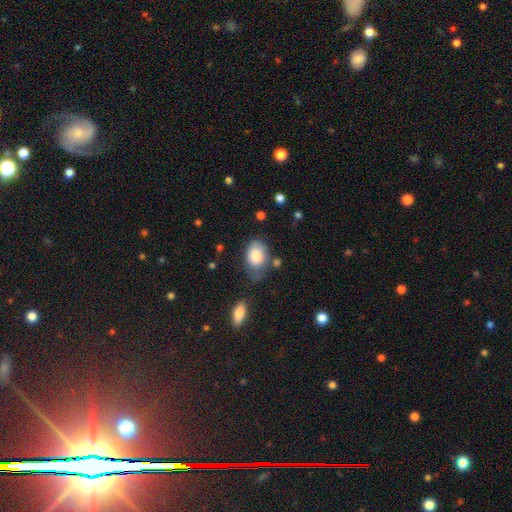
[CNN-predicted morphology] Smooth or featured: smooth — 83% (featured or disk — 10%)
How rounded: in between — 81% (round — 18%)
Merging: none — 44% (minor disturbance — 33%)